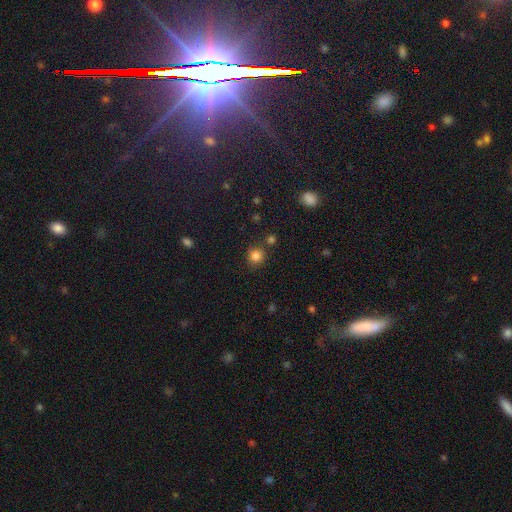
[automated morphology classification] Smooth or featured? smooth (82%)
How rounded? round (87%)
Merging? none (78%)